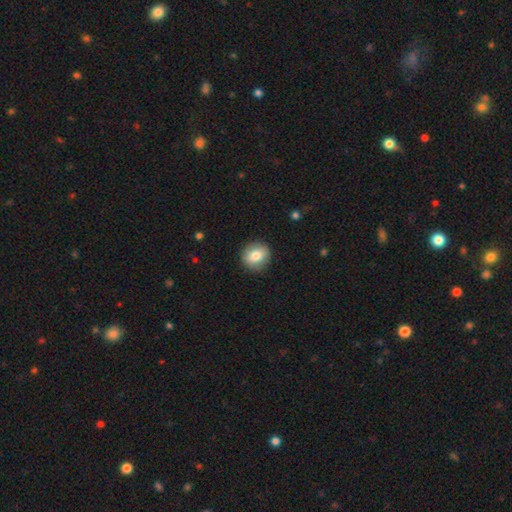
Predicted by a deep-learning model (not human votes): Smooth or featured? Predicted: smooth (p=0.80). How rounded? Predicted: round (p=0.79). Merging? Predicted: none (p=0.89).